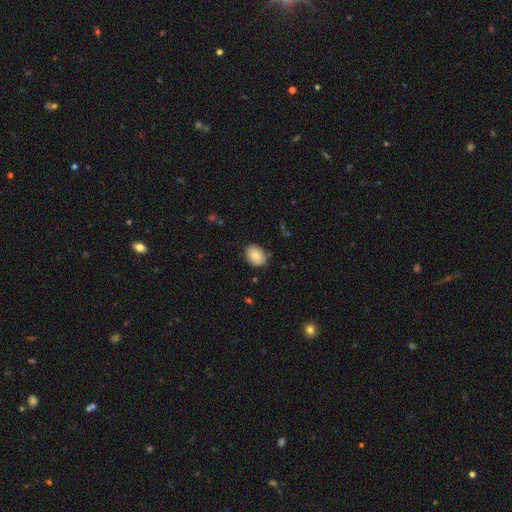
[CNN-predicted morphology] This appears to be a smooth galaxy with no disk features (83%) that is in between round and cigar-shaped (75%). Merging: none (84%).